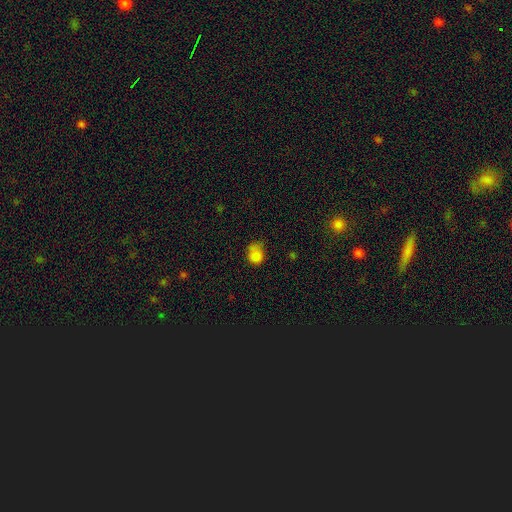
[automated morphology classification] This appears to be a smooth galaxy with no disk features (80%) that is round (51%). Merging: none (41%).